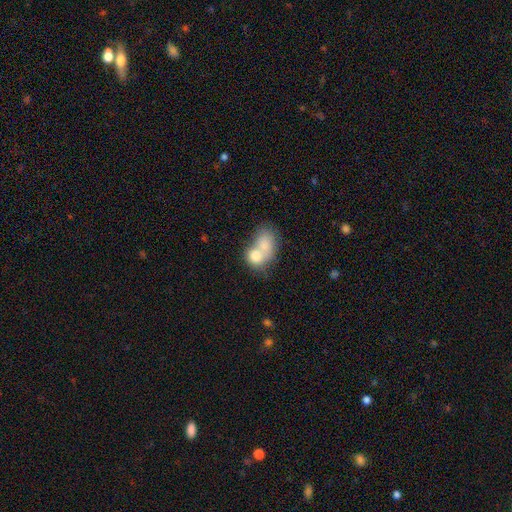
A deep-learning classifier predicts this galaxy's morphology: smooth-or-featured: smooth: 74% | featured or disk: 18% | star or artifact: 8%
  how-rounded: in between: 56% | round: 43% | cigar-shaped: 1%
  merging: merger: 70% | none: 17% | minor disturbance: 7% | major disturbance: 6%